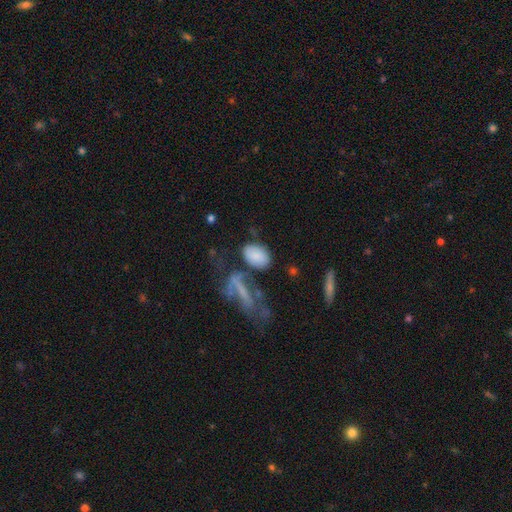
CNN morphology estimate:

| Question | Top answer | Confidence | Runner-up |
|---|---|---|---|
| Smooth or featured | smooth | 80% | featured or disk (12%) |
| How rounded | in between | 88% | round (10%) |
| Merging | none | 53% | merger (18%) |